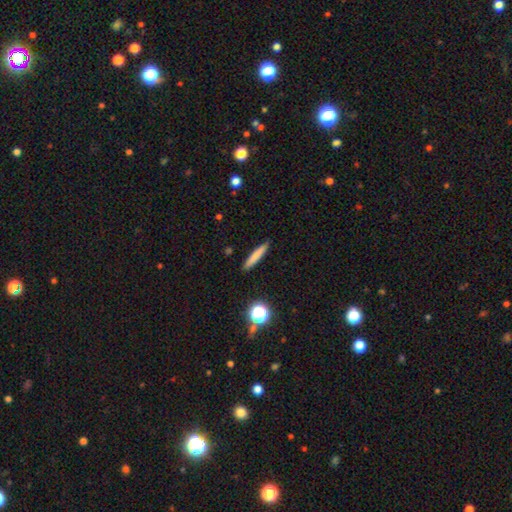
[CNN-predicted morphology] This appears to be a smooth galaxy with no disk features (75%) that is cigar-shaped (92%). Merging: none (90%).